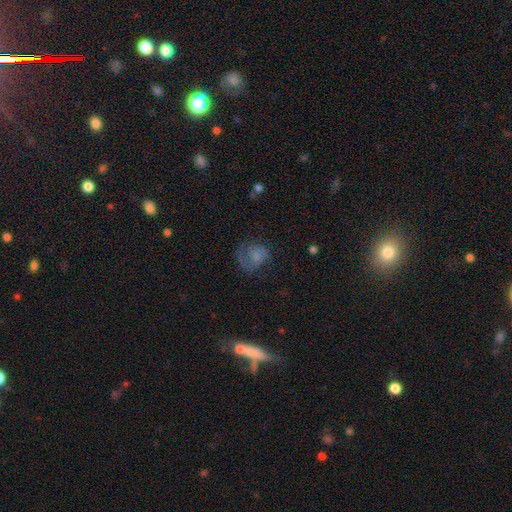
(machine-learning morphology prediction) smooth_or_featured: featured or disk (p=0.47) [alt: smooth p=0.41]
merging: none (p=0.47) [alt: major disturbance p=0.29]